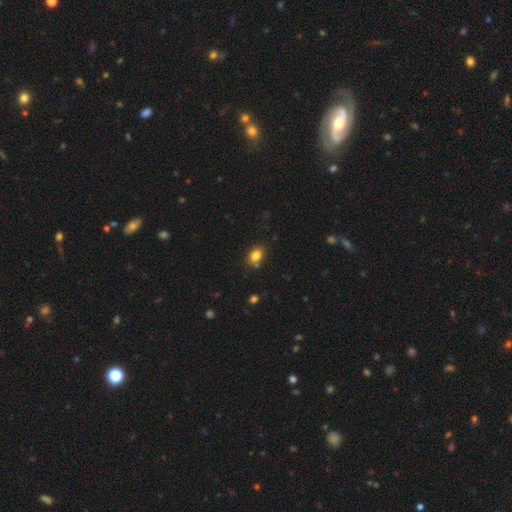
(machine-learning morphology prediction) A smooth galaxy with no disk features (81%) that is in between round and cigar-shaped (68%). Merging: none (73%).